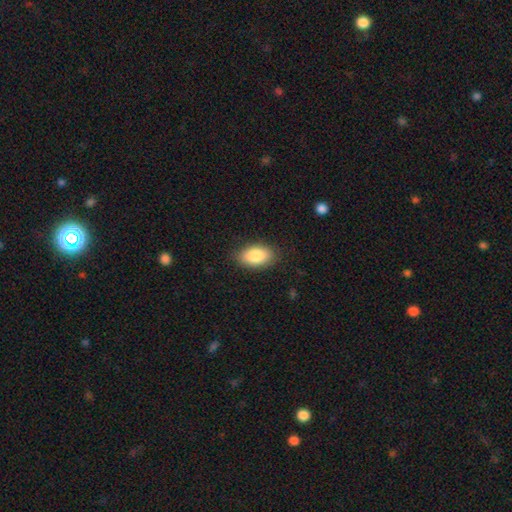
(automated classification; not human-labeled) This appears to be a smooth galaxy with no disk features (86%) that is in between round and cigar-shaped (92%). Merging: none (86%).